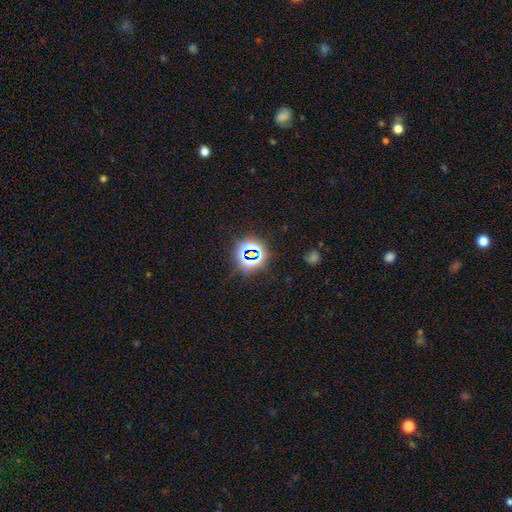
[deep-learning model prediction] Smooth or featured?
  - star or artifact: 75% *
  - smooth: 17%
  - featured or disk: 8%